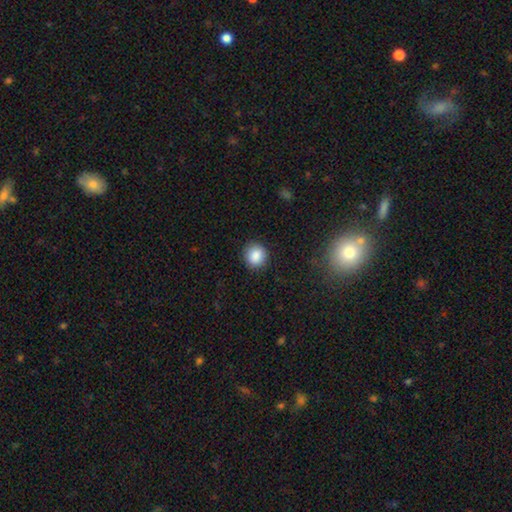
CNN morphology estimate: Q: Smooth or featured?
A: smooth (87%); runner-up: star or artifact (9%)
Q: How rounded?
A: round (87%); runner-up: in between (12%)
Q: Merging?
A: none (89%); runner-up: minor disturbance (8%)